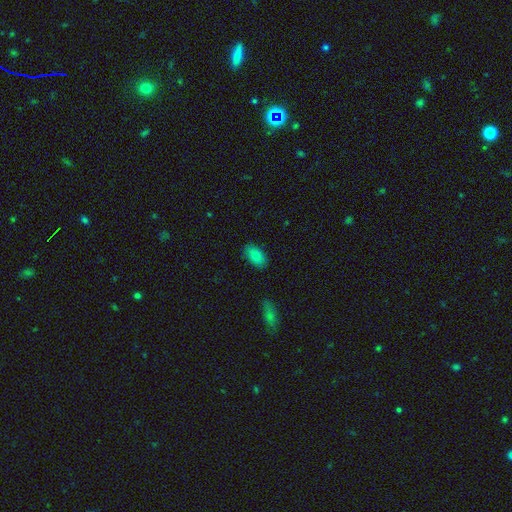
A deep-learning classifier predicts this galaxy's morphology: This appears to be a smooth galaxy with no disk features (82%) that is in between round and cigar-shaped (92%). Merging: none (85%).